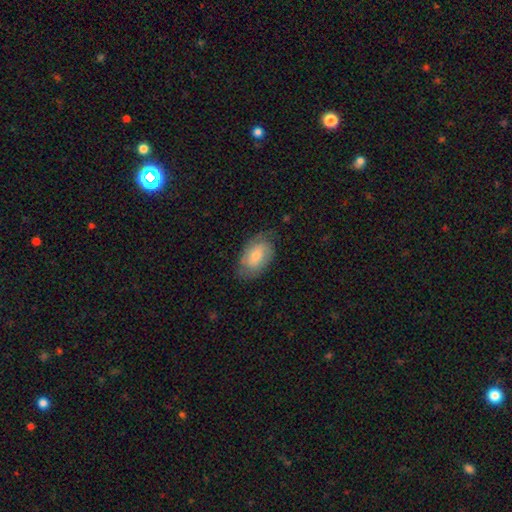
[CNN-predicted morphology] This is possibly a smooth galaxy (60%). How rounded: clearly in between (90%). Merging: likely none (71%).